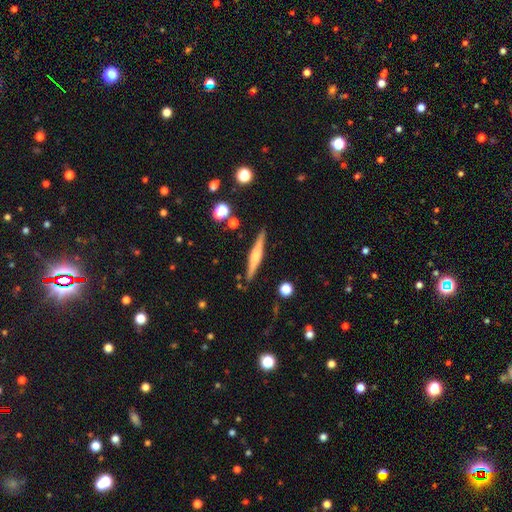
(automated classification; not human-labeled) Smooth or featured? Predicted: featured or disk (p=0.64). Edge-on disk? Predicted: yes (p=0.97). Edge-on bulge? Predicted: rounded (p=0.78). Merging? Predicted: none (p=0.88).